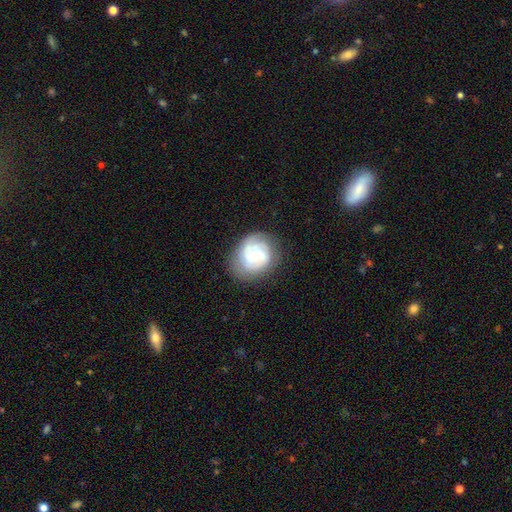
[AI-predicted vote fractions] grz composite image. It shows a featured or disk galaxy (73%) with a weak bar (45%), 2 (47%) tight (53%) spiral arms (90%) and a moderate central bulge (49%). Merging: none (75%).